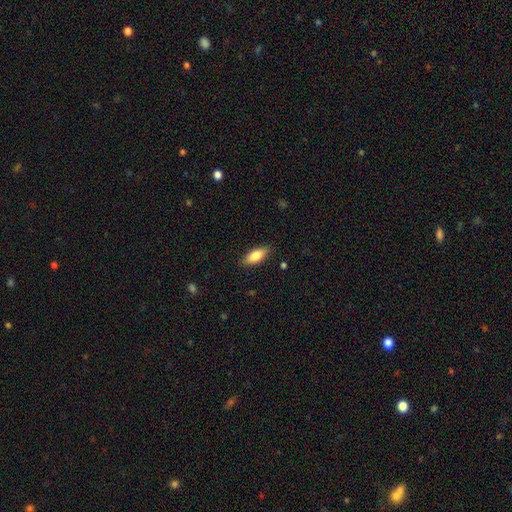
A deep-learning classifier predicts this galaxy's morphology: Overall: smooth (82%). How rounded: in between (82%). Merging: none (87%).